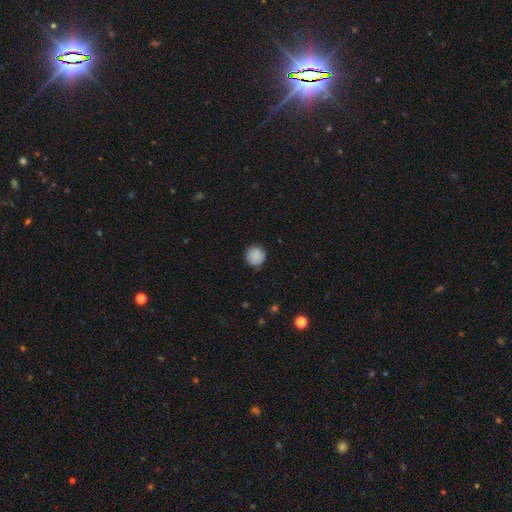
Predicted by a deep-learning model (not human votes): Overall: smooth (88%). How rounded: round (94%). Merging: none (88%).